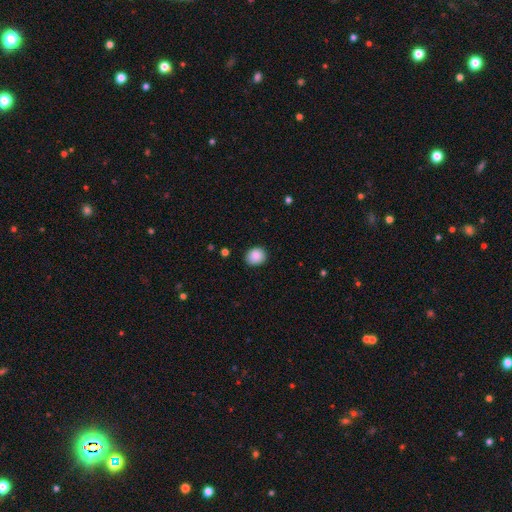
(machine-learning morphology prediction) This is clearly a smooth galaxy (89%). How rounded: likely round (72%). Merging: clearly none (86%).